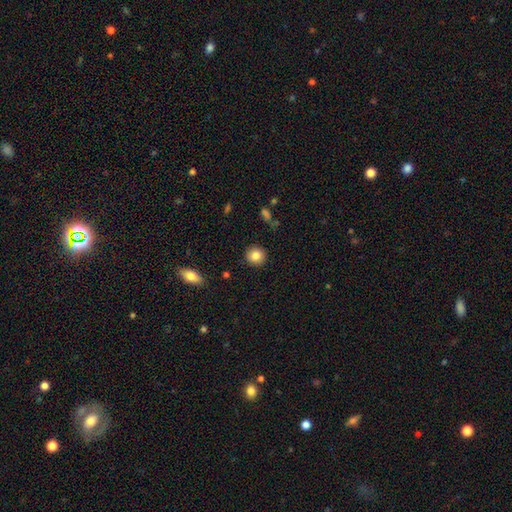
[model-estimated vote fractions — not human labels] Overall: smooth (84%). How rounded: round (91%). Merging: none (91%).